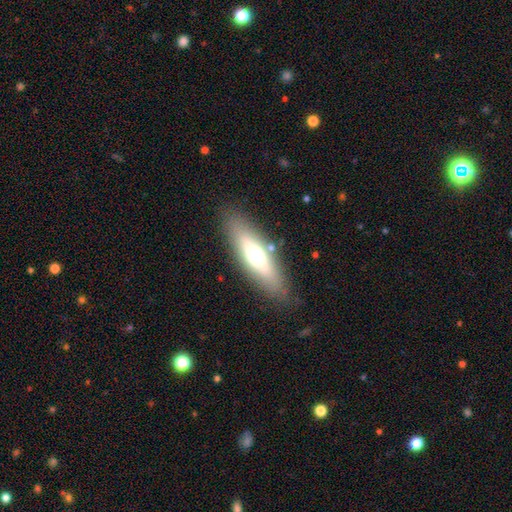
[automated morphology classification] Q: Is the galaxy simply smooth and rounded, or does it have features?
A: smooth — 55%.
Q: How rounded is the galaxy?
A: in between — 52%.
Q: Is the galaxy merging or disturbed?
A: none — 83%.